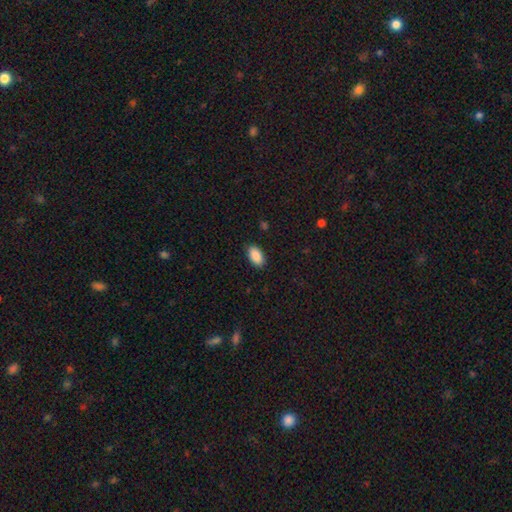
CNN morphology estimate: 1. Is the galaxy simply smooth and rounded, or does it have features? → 90% smooth, 7% star or artifact, 3% featured or disk.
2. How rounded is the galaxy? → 94% in between, 4% round, 2% cigar-shaped.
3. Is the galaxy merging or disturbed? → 87% none, 10% minor disturbance, 2% major disturbance, 1% merger.